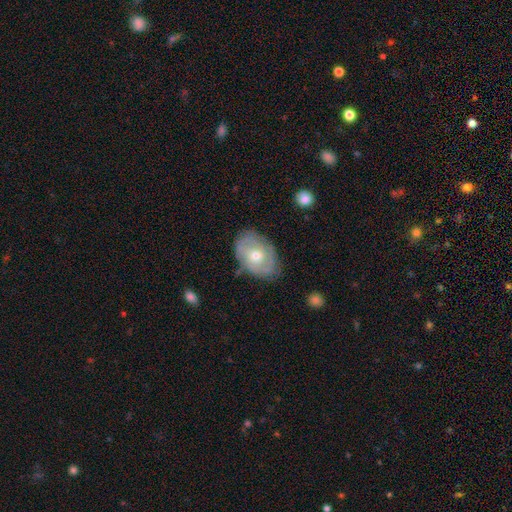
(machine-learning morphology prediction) Smooth or featured: featured or disk — 67% (smooth — 27%)
Edge-on disk: no — 96% (yes — 4%)
Bar: no — 71% (weak — 25%)
Spiral arms: yes — 77% (no — 23%)
Spiral winding: tight — 59% (medium — 31%)
Spiral arm count: 2 — 42% (can't tell — 39%)
Bulge size: moderate — 56% (small — 40%)
Merging: none — 72% (minor disturbance — 21%)